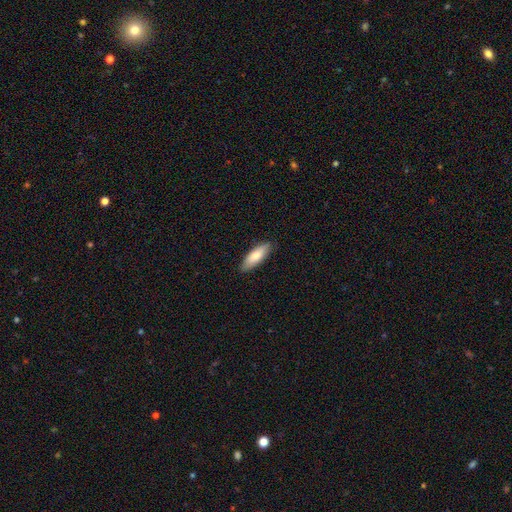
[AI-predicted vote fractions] Morphology: type=smooth (81%); roundness=in between (58%); merging=none (87%).